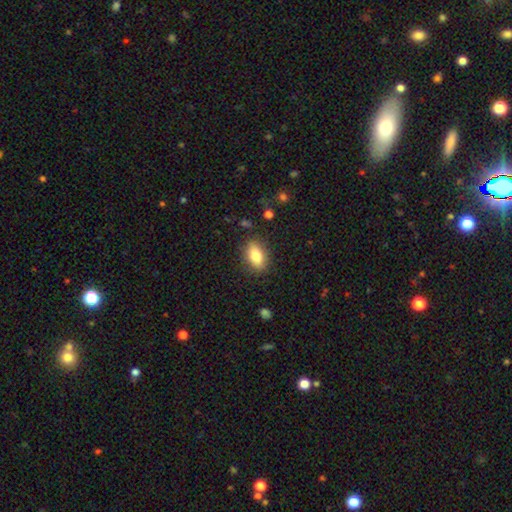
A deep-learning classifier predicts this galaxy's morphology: A smooth galaxy with no disk features (83%) that is in between round and cigar-shaped (88%). Merging: none (84%).